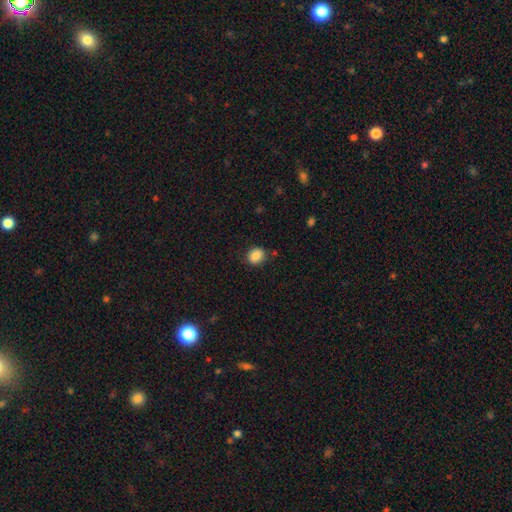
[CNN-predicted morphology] Q: Smooth or featured?
A: smooth (87%); runner-up: star or artifact (9%)
Q: How rounded?
A: round (61%); runner-up: in between (38%)
Q: Merging?
A: none (83%); runner-up: minor disturbance (12%)